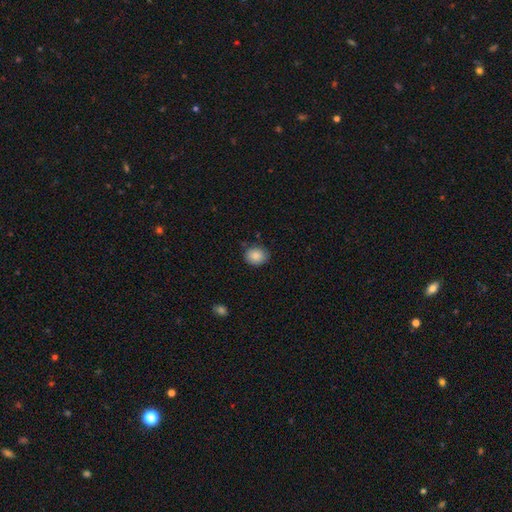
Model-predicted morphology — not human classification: A smooth galaxy with no disk features (87%) that is round (59%).

Vote fractions:
- Smooth or featured? smooth: 87% / star or artifact: 8% / featured or disk: 5%
- How rounded? round: 59% / in between: 40% / cigar-shaped: 1%
- Merging? none: 81% / minor disturbance: 14% / major disturbance: 3% / merger: 2%